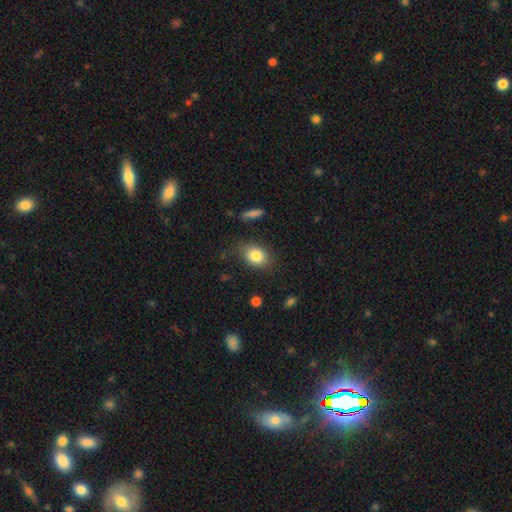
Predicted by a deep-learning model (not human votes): The model was most divided on "how rounded": in between: 71%, round: 28%, cigar-shaped: 1%. More confident: smooth or featured — smooth (82%); merging — none (78%).